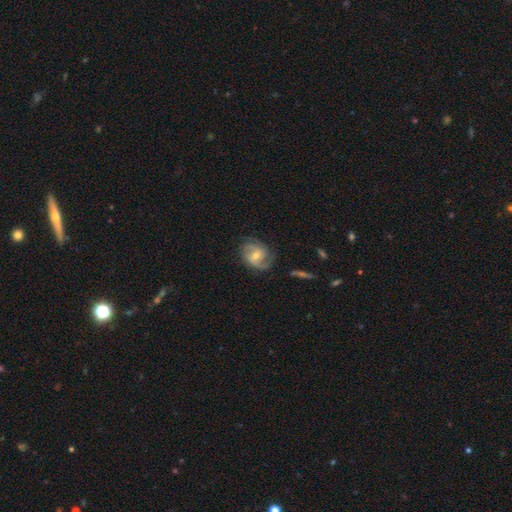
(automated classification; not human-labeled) The model was most divided on "bar": no: 47%, weak: 43%, strong: 11%. Remaining: edge-on disk — no (97%); spiral arms — yes (93%); smooth or featured — featured or disk (77%); merging — none (70%); spiral arm count — 2 (57%); bulge size — moderate (51%); spiral winding — medium (44%).